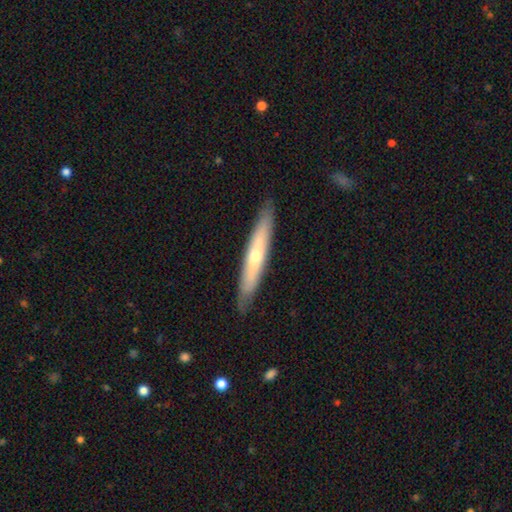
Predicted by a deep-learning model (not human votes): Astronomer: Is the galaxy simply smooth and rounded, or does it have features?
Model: featured or disk — 48% (runner-up: smooth, 46%).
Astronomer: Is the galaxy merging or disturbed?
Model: none — 88%.